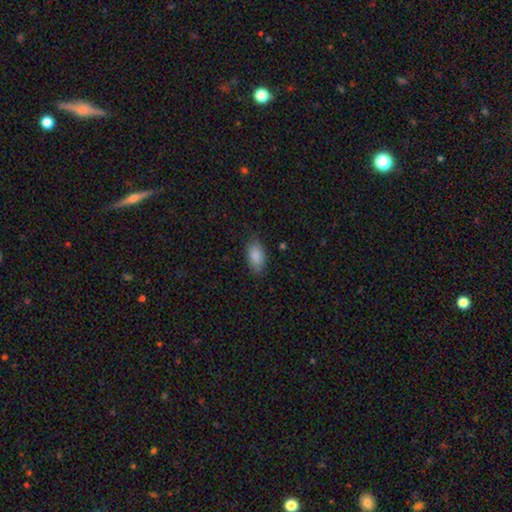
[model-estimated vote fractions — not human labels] Morphology: type=smooth (88%); roundness=in between (93%); merging=none (82%).